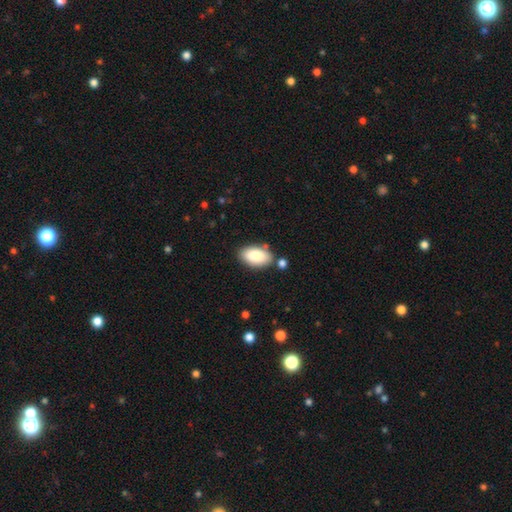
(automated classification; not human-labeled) This appears to be a smooth galaxy with no disk features (86%) that is in between round and cigar-shaped (95%). Merging: none (78%).